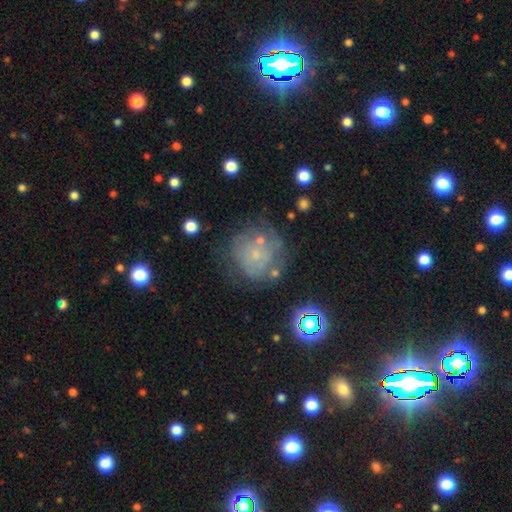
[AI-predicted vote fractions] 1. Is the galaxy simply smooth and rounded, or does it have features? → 43% smooth, 41% featured or disk, 16% star or artifact.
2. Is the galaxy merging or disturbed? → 56% none, 22% minor disturbance, 14% major disturbance, 8% merger.